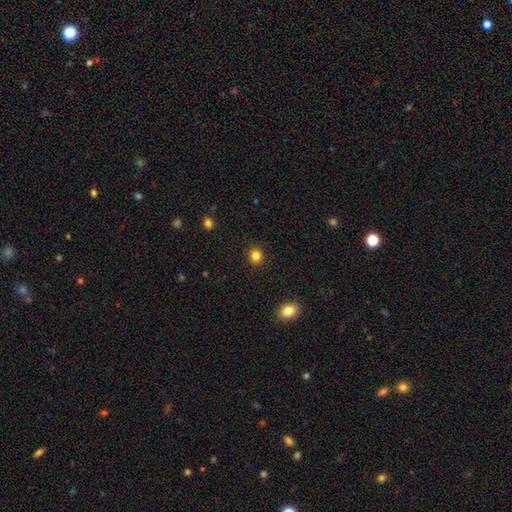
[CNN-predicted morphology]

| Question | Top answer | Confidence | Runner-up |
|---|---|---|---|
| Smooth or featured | smooth | 83% | star or artifact (12%) |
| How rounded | round | 81% | in between (18%) |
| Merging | none | 91% | minor disturbance (6%) |